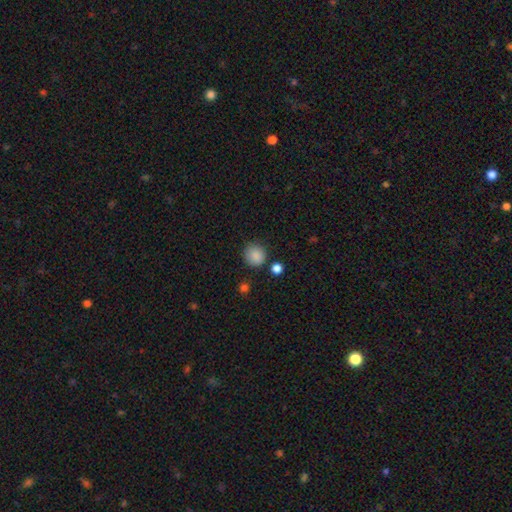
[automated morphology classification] A smooth galaxy with no disk features (87%) that is round (90%). Merging: none (83%).